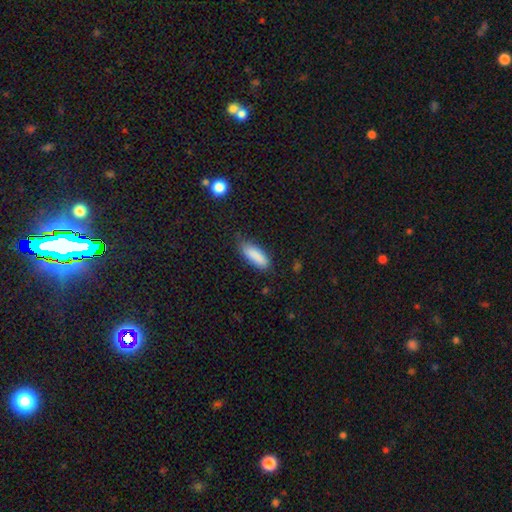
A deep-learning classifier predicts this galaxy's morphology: smooth_or_featured: smooth (p=0.87) [alt: star or artifact p=0.07]
how_rounded: in between (p=0.63) [alt: cigar-shaped p=0.35]
merging: none (p=0.74) [alt: minor disturbance p=0.21]